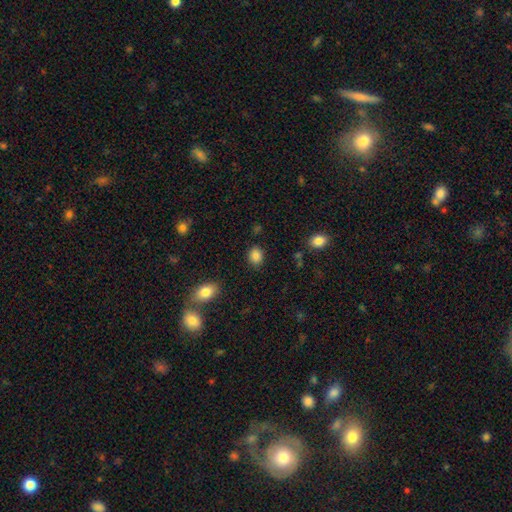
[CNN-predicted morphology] Smooth or featured?
  - smooth: 86% *
  - star or artifact: 9%
  - featured or disk: 5%
How rounded?
  - in between: 53% *
  - round: 46%
  - cigar-shaped: 1%
Merging?
  - none: 86% *
  - minor disturbance: 9%
  - major disturbance: 3%
  - merger: 2%